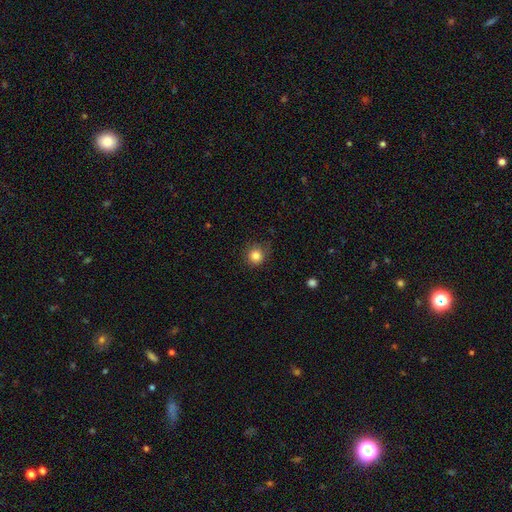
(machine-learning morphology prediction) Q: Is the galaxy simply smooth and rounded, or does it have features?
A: smooth — 83%.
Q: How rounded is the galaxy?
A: round — 92%.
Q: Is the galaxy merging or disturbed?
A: none — 80%.